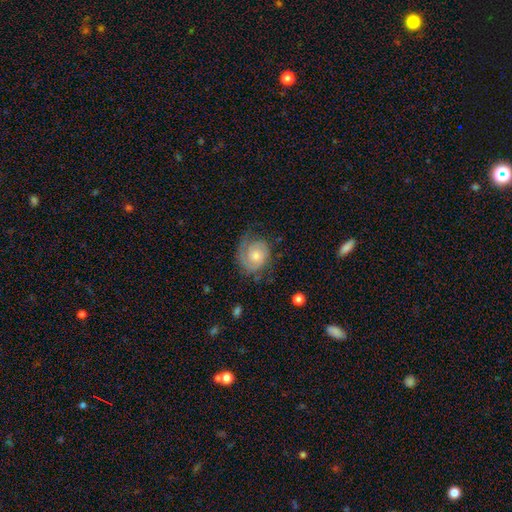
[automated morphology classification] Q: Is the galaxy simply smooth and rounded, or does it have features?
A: featured or disk — 71%.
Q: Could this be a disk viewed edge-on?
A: no — 98%.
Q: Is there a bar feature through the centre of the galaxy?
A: no — 74%.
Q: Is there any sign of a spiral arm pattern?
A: yes — 93%.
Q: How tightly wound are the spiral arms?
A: tight — 58%.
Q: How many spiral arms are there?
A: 2 — 39%, tied with 1.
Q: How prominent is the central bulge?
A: moderate — 47%.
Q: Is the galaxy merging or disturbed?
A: none — 62%.